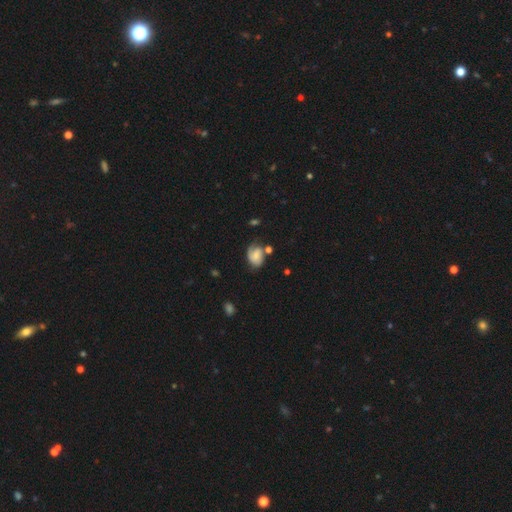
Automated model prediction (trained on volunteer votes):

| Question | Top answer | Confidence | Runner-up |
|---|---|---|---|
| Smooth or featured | featured or disk | 47% | smooth (44%) |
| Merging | none | 51% | minor disturbance (27%) |